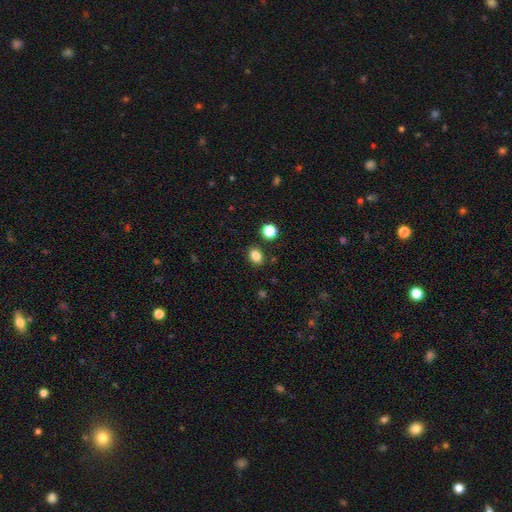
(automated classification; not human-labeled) This is clearly a smooth galaxy (84%). How rounded: likely in between (61%). Merging: clearly none (85%).